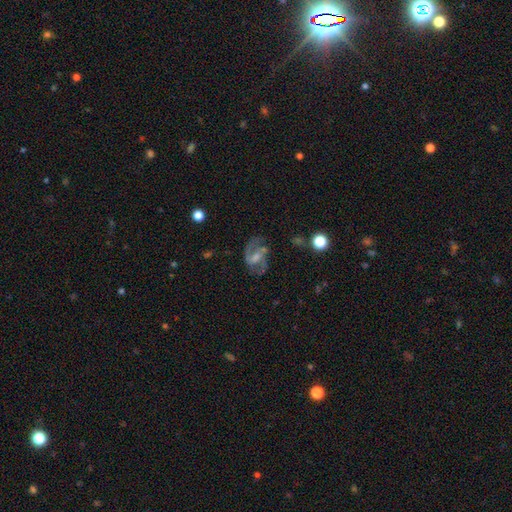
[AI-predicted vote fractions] Smooth or featured?
  - featured or disk: 81% *
  - star or artifact: 10%
  - smooth: 9%
Edge-on disk?
  - no: 97% *
  - yes: 3%
Bar?
  - weak: 50% *
  - strong: 28%
  - no: 22%
Spiral arms?
  - yes: 94% *
  - no: 6%
Spiral winding?
  - medium: 53% *
  - loose: 27%
  - tight: 20%
Spiral arm count?
  - 2: 83% *
  - can't tell: 7%
  - 3: 4%
  - 1: 3%
  - 4: 2%
  - more than 4: 2%
Bulge size?
  - small: 46% *
  - moderate: 36%
  - none: 13%
  - large: 4%
  - dominant: 1%
Merging?
  - none: 73% *
  - minor disturbance: 15%
  - major disturbance: 10%
  - merger: 3%